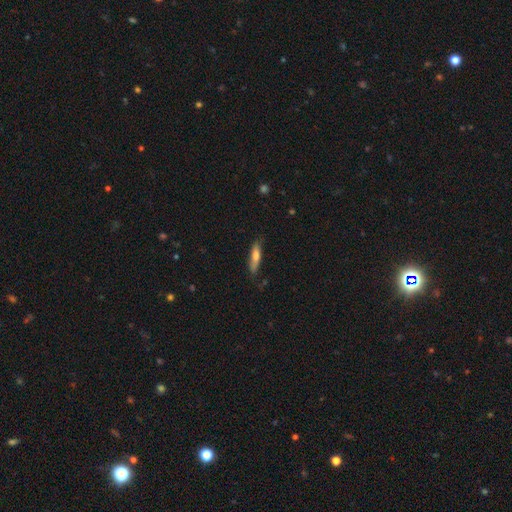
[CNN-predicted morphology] Smooth or featured: smooth — 66% (featured or disk — 28%)
How rounded: cigar-shaped — 75% (in between — 23%)
Merging: none — 75% (minor disturbance — 20%)